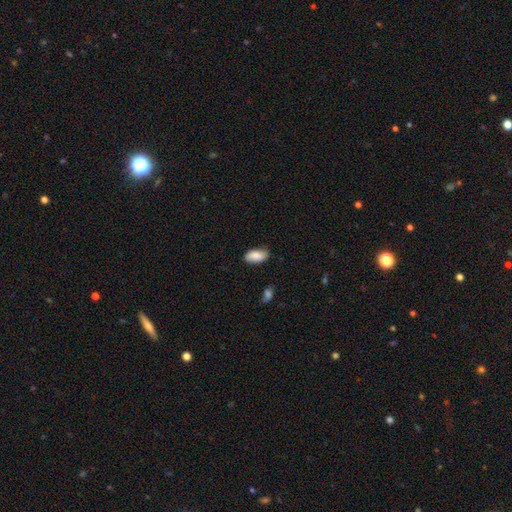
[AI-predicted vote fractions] Smooth or featured?
  - smooth: 86% *
  - featured or disk: 8%
  - star or artifact: 7%
How rounded?
  - in between: 94% *
  - cigar-shaped: 3%
  - round: 3%
Merging?
  - none: 78% *
  - minor disturbance: 17%
  - major disturbance: 3%
  - merger: 2%